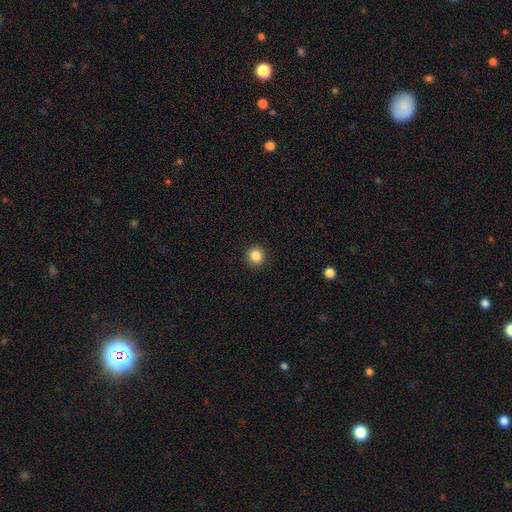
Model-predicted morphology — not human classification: Smooth or featured? smooth (85%)
How rounded? round (91%)
Merging? none (92%)